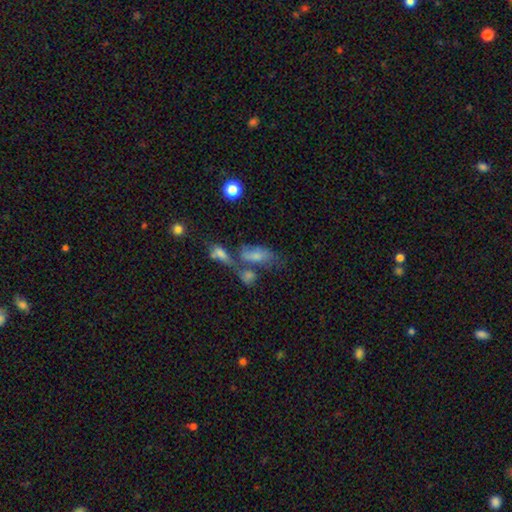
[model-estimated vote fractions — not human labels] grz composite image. It shows a smooth galaxy with no disk features (66%) that is in between round and cigar-shaped (83%). Merging: merger (49%).